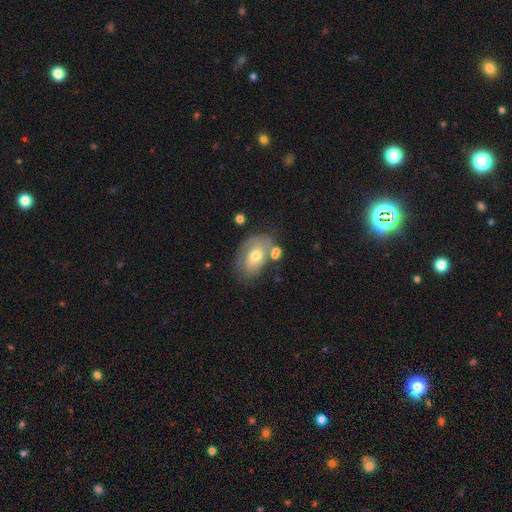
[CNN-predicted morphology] A smooth galaxy with no disk features (54%) that is in between round and cigar-shaped (83%). Merging: none (51%).